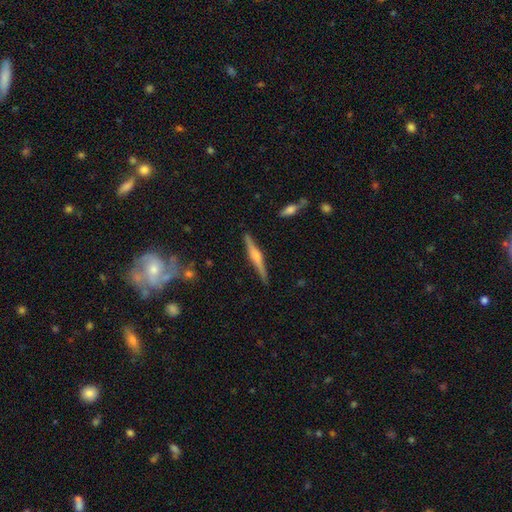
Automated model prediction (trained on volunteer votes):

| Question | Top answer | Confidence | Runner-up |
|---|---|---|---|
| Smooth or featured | featured or disk | 70% | smooth (24%) |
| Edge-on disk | yes | 98% | no (2%) |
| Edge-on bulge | rounded | 79% | boxy (12%) |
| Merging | none | 89% | minor disturbance (8%) |